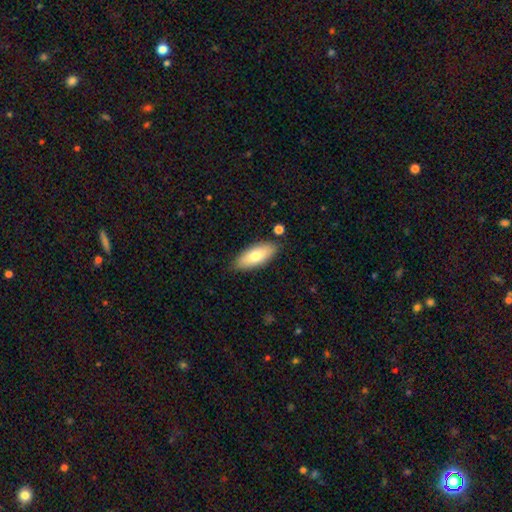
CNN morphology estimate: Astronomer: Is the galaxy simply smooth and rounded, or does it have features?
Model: smooth — 74%.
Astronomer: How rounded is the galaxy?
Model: in between — 81%.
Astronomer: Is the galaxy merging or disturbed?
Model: none — 84%.